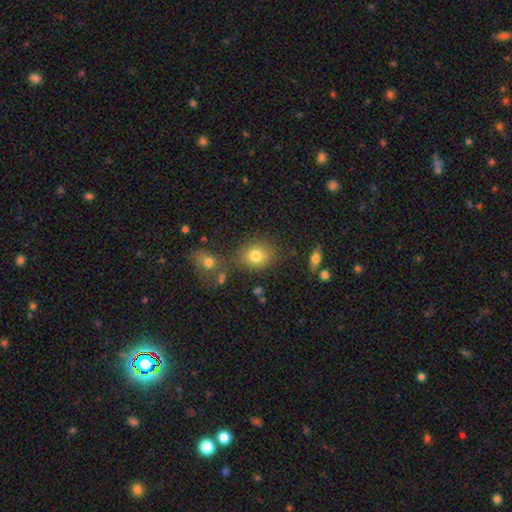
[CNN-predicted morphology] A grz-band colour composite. It shows a smooth galaxy with no disk features (79%) that is round (61%). Merging: none (71%).